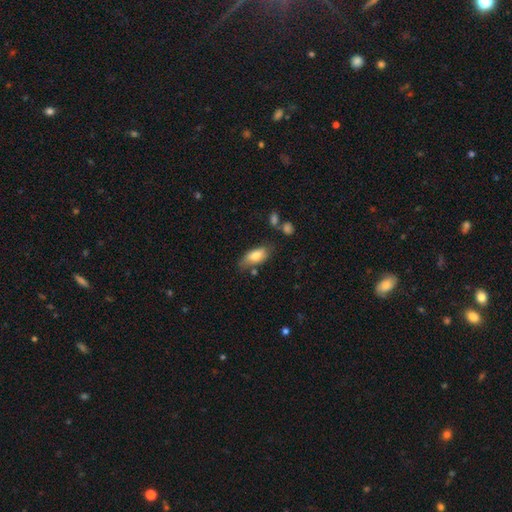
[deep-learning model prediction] smooth 77%, featured or disk 17%, star or artifact 7%. Down the decision tree: how rounded — in between (86%); merging — none (63%).